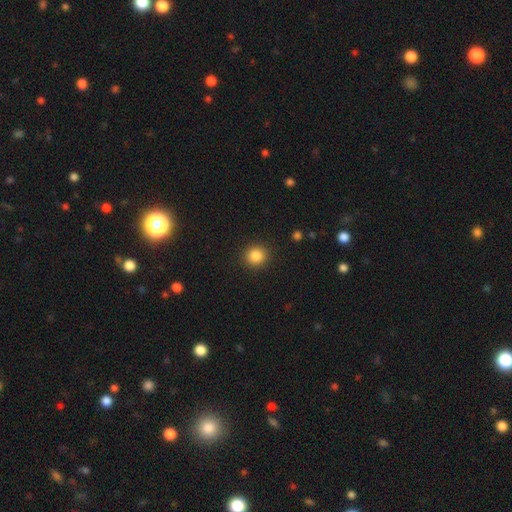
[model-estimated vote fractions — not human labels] smooth-or-featured: smooth: 85% | star or artifact: 11% | featured or disk: 4%
  how-rounded: round: 88% | in between: 11% | cigar-shaped: 1%
  merging: none: 91% | minor disturbance: 6% | major disturbance: 2% | merger: 1%